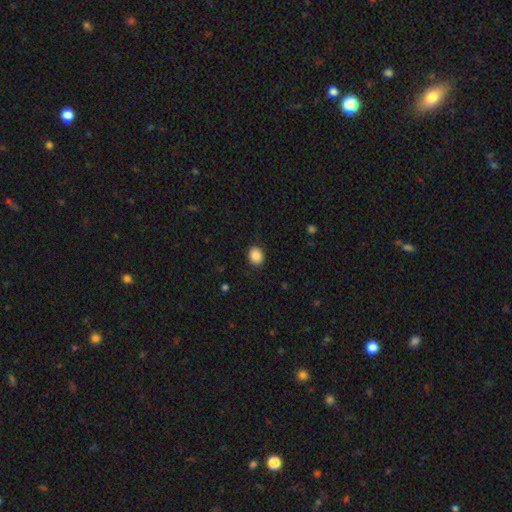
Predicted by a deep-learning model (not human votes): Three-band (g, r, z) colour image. It shows a smooth galaxy with no disk features (88%) that is in between round and cigar-shaped (52%). Merging: none (88%).